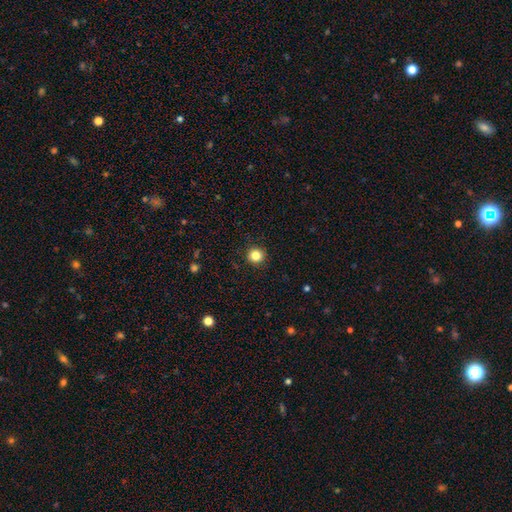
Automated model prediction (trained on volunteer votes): smooth 84%, star or artifact 11%, featured or disk 5%. Down the decision tree: how rounded — round (95%); merging — none (93%).